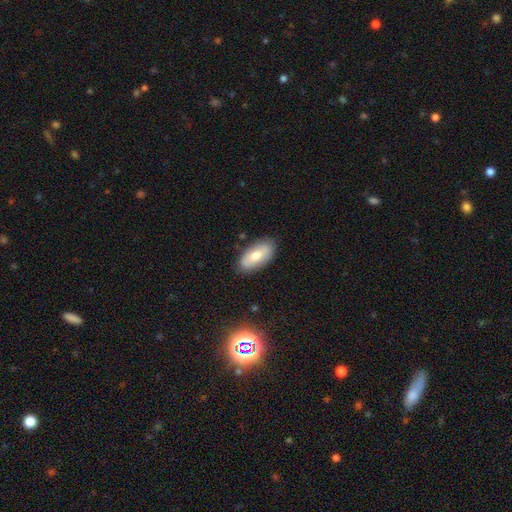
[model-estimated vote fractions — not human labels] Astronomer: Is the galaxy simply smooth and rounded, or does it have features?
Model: smooth — 63%.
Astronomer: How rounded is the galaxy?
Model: in between — 90%.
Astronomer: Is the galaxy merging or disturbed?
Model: none — 86%.